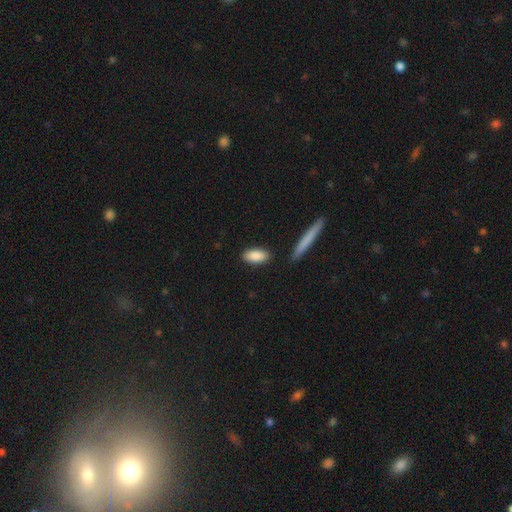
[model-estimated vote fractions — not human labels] smooth_or_featured: smooth (p=0.87) [alt: featured or disk p=0.07]
how_rounded: in between (p=0.85) [alt: cigar-shaped p=0.12]
merging: none (p=0.85) [alt: minor disturbance p=0.09]